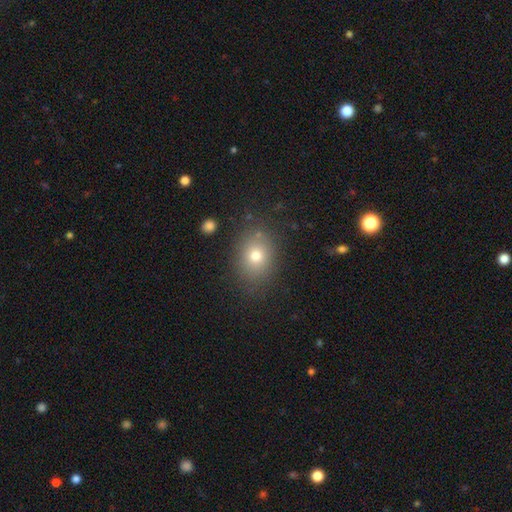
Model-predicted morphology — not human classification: This is likely a smooth galaxy (73%). How rounded: possibly in between (56%). Merging: clearly none (82%).